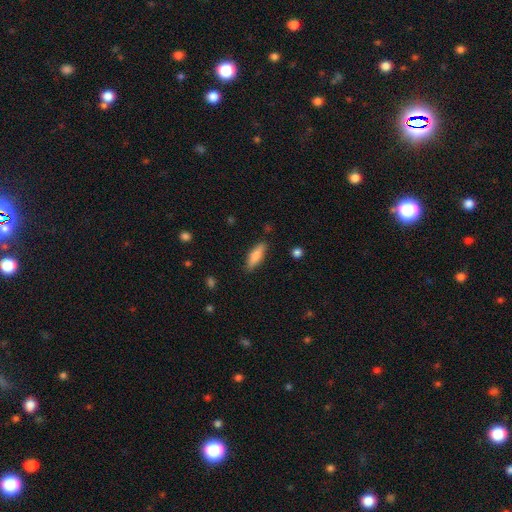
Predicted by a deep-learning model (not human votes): This is likely a smooth galaxy (76%). How rounded: possibly cigar-shaped (50%). Merging: clearly none (85%).